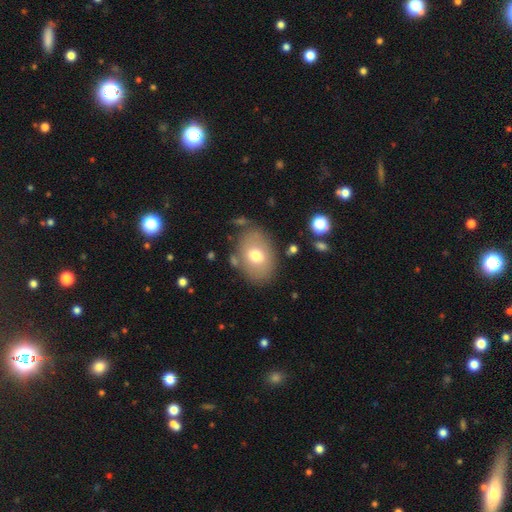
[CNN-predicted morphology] The model was most divided on "smooth or featured": smooth: 68%, featured or disk: 23%, star or artifact: 9%. More confident: how rounded — in between (74%); merging — none (73%).